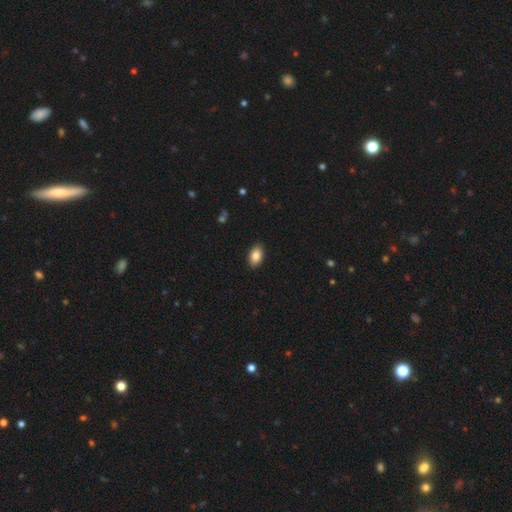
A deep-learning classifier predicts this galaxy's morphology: A smooth galaxy with no disk features (85%) that is in between round and cigar-shaped (91%). Merging: none (90%).